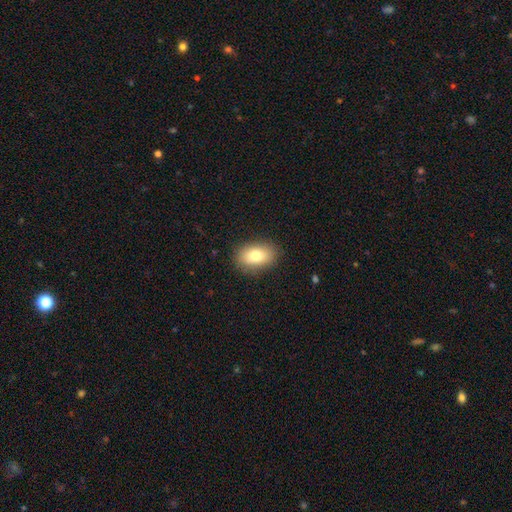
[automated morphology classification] Smooth or featured?
  - smooth: 78% *
  - featured or disk: 13%
  - star or artifact: 9%
How rounded?
  - in between: 86% *
  - round: 13%
  - cigar-shaped: 2%
Merging?
  - none: 87% *
  - minor disturbance: 10%
  - major disturbance: 3%
  - merger: 1%